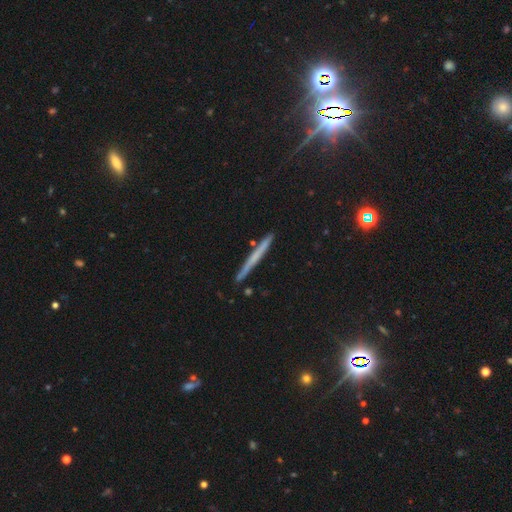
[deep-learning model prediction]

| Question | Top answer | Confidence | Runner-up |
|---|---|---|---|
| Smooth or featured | featured or disk | 46% | smooth (45%) |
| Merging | none | 89% | minor disturbance (8%) |